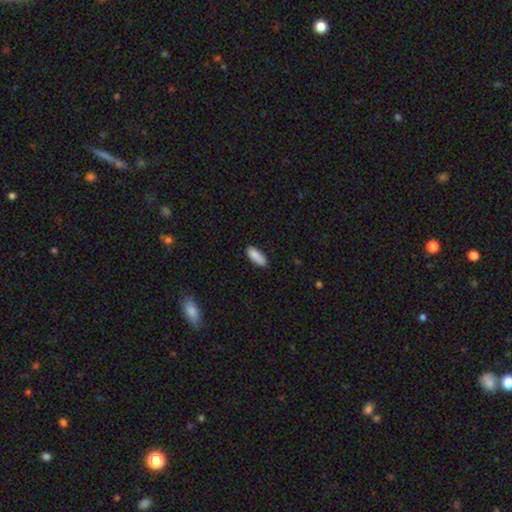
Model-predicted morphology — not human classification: A smooth galaxy with no disk features (89%) that is in between round and cigar-shaped (72%).

Vote fractions:
- Smooth or featured? smooth: 89% / star or artifact: 7% / featured or disk: 5%
- How rounded? in between: 72% / cigar-shaped: 26% / round: 2%
- Merging? none: 83% / minor disturbance: 13% / major disturbance: 2% / merger: 1%